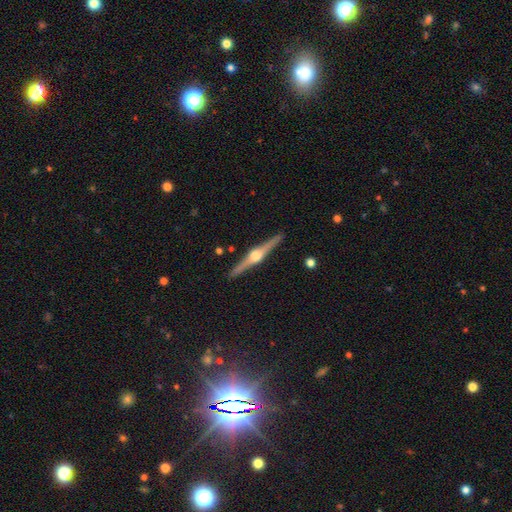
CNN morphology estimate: This appears to be a featured or disk galaxy (87%) viewed edge-on (99%) with a rounded central bulge (94%). Merging: none (92%).